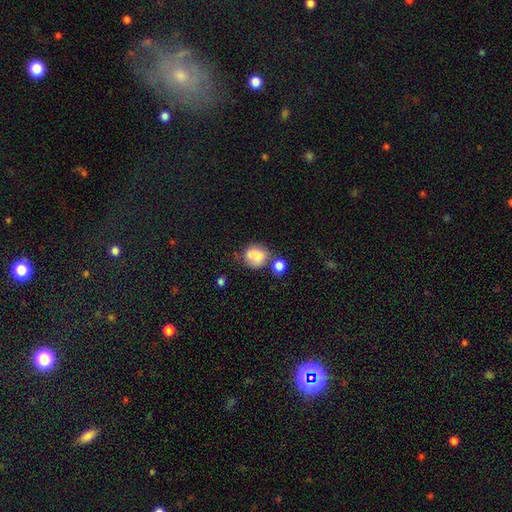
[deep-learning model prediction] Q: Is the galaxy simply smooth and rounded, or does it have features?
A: smooth — 76%.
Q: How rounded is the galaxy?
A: round — 67%.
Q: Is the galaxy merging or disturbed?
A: none — 42%.